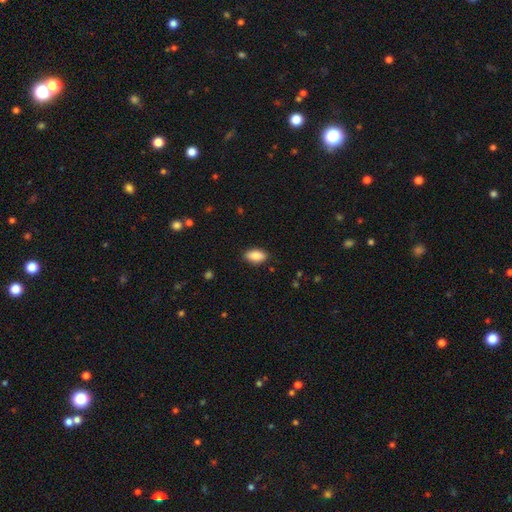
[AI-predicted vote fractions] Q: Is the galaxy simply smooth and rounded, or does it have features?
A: smooth — 86%.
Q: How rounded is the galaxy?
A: in between — 91%.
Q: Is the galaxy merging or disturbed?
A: none — 87%.